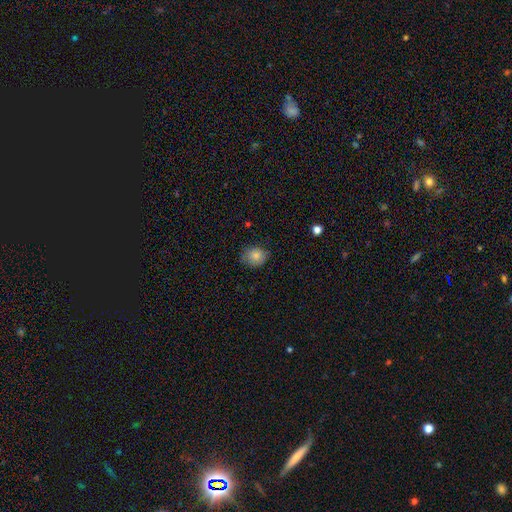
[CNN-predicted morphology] A smooth galaxy with no disk features (83%) that is round (63%).

Vote fractions:
- Smooth or featured? smooth: 83% / star or artifact: 9% / featured or disk: 8%
- How rounded? round: 63% / in between: 36% / cigar-shaped: 1%
- Merging? none: 78% / minor disturbance: 18% / major disturbance: 3% / merger: 1%